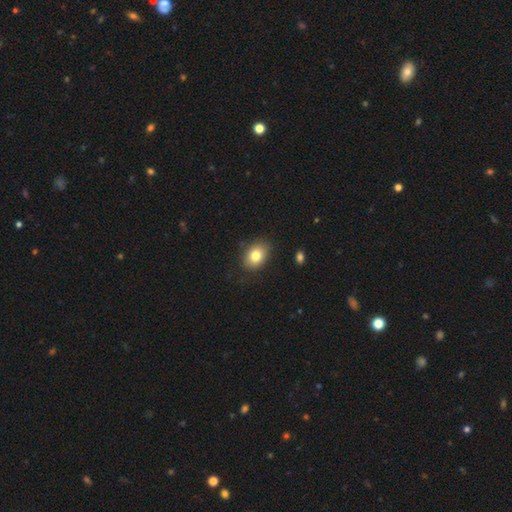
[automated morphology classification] Smooth or featured: smooth — 80% (featured or disk — 11%)
How rounded: in between — 72% (round — 27%)
Merging: none — 85% (minor disturbance — 11%)